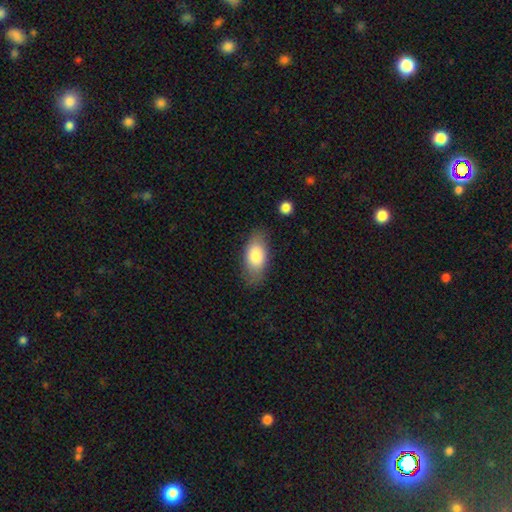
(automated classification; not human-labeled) This appears to be a smooth galaxy with no disk features (80%) that is in between round and cigar-shaped (89%). Merging: none (76%).